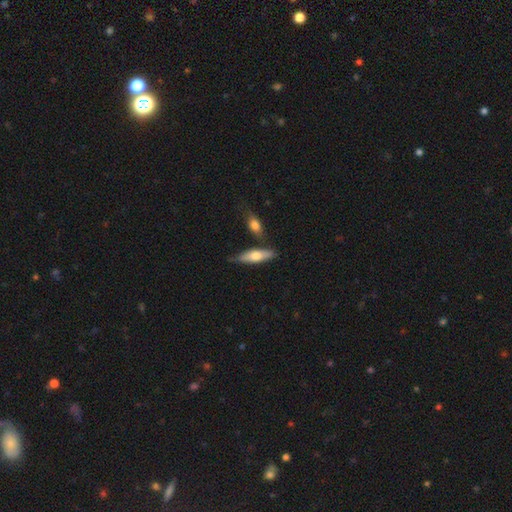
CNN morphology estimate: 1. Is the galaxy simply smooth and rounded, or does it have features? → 61% smooth, 34% featured or disk, 5% star or artifact.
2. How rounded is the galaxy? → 53% cigar-shaped, 44% in between, 2% round.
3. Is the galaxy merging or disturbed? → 67% none, 16% minor disturbance, 13% merger, 4% major disturbance.